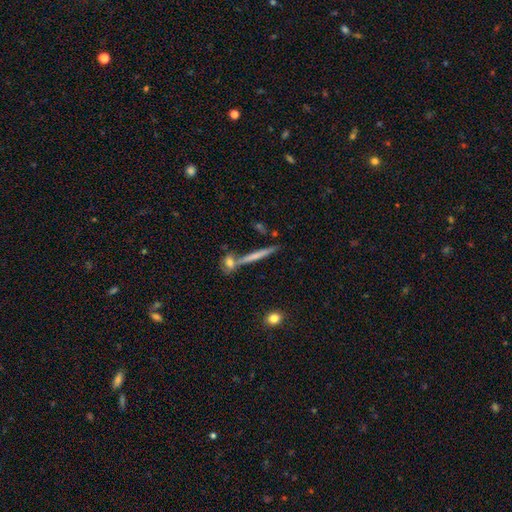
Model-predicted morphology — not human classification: type=smooth (53%); roundness=cigar-shaped (92%); merging=none (71%).